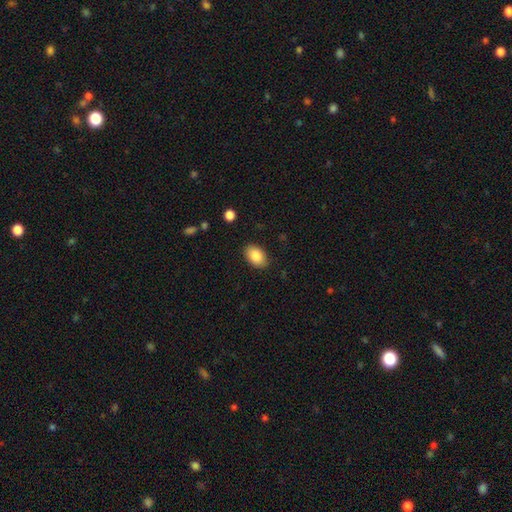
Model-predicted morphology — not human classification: smooth 88%, star or artifact 7%, featured or disk 5%. Down the decision tree: how rounded — in between (88%); merging — none (86%).